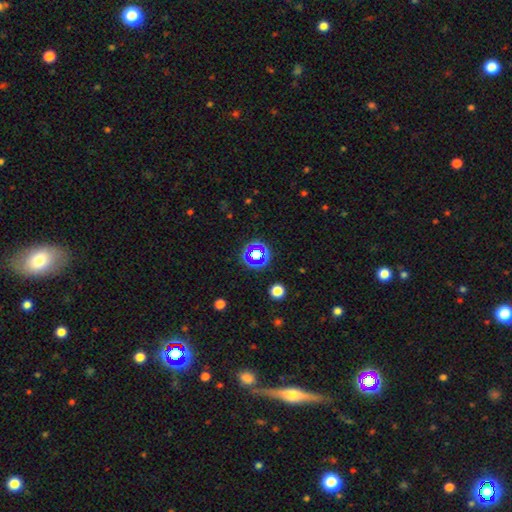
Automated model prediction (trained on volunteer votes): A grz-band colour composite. It shows a star or artifact, not a galaxy (59%).